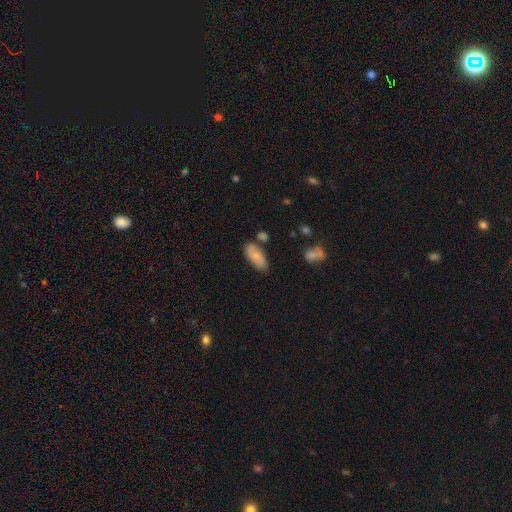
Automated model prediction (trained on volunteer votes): A smooth galaxy with no disk features (73%) that is in between round and cigar-shaped (87%). Merging: none (62%).